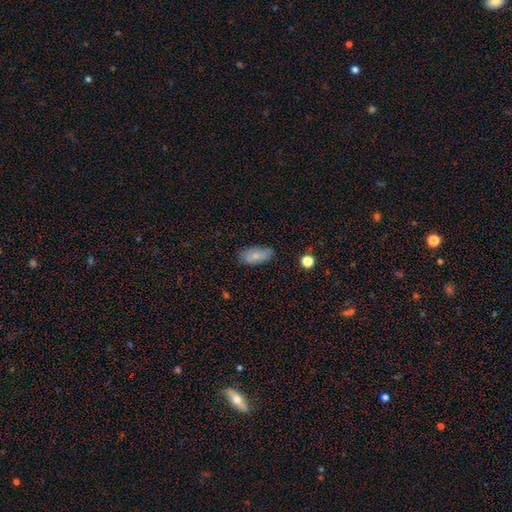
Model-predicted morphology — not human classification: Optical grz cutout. It shows a smooth galaxy with no disk features (75%) that is in between round and cigar-shaped (88%). Merging: none (76%).